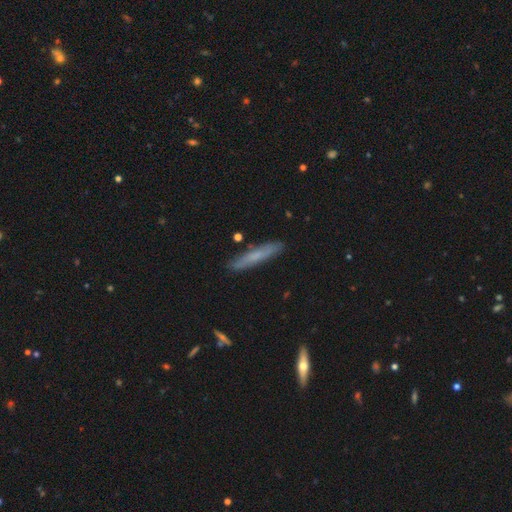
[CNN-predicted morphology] Q: Smooth or featured?
A: smooth (62%); runner-up: featured or disk (31%)
Q: How rounded?
A: cigar-shaped (92%); runner-up: in between (7%)
Q: Merging?
A: none (87%); runner-up: minor disturbance (10%)